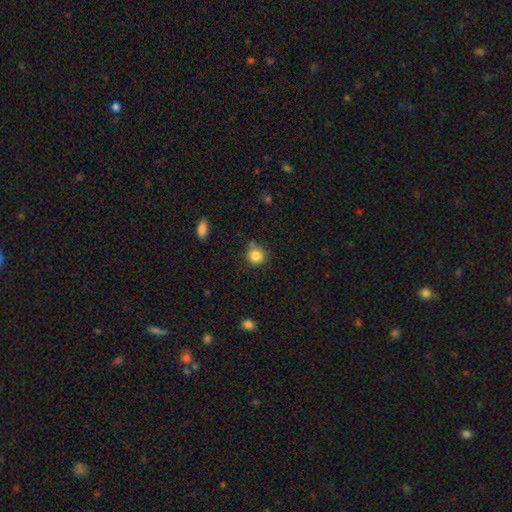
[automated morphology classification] smooth 84%, star or artifact 10%, featured or disk 5%. Down the decision tree: how rounded — round (91%); merging — none (77%).